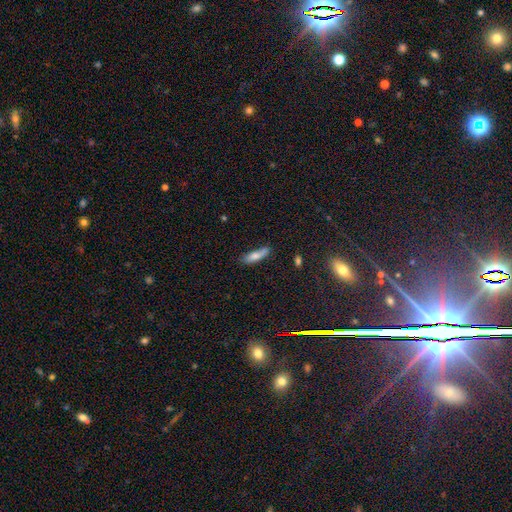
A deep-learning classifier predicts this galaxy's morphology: smooth 75%, featured or disk 17%, star or artifact 8%. Down the decision tree: how rounded — cigar-shaped (60%); merging — none (57%).